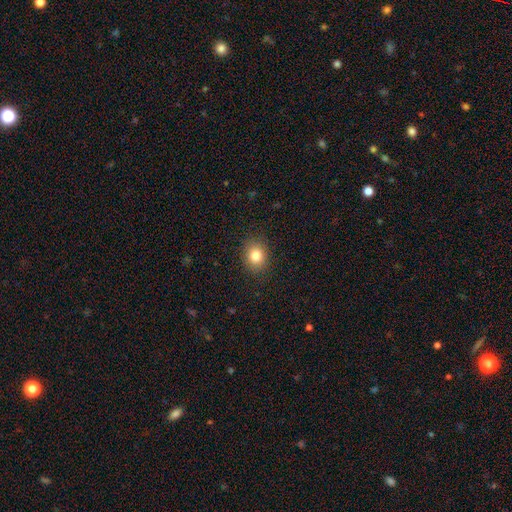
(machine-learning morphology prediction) Smooth or featured? smooth (82%)
How rounded? round (59%)
Merging? none (89%)